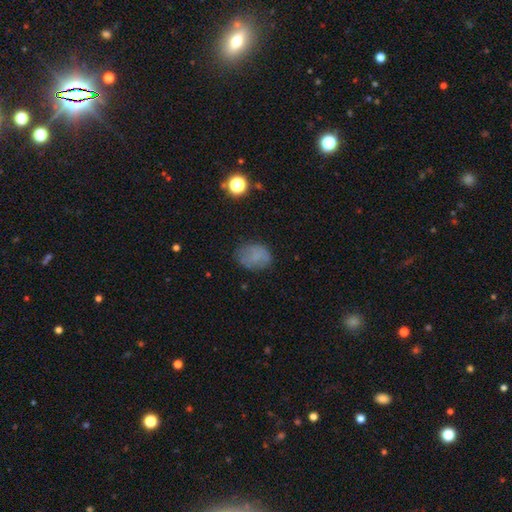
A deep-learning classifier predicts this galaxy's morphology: The model was most divided on "how rounded": in between: 65%, round: 34%, cigar-shaped: 1%. More confident: smooth or featured — smooth (73%); merging — none (68%).